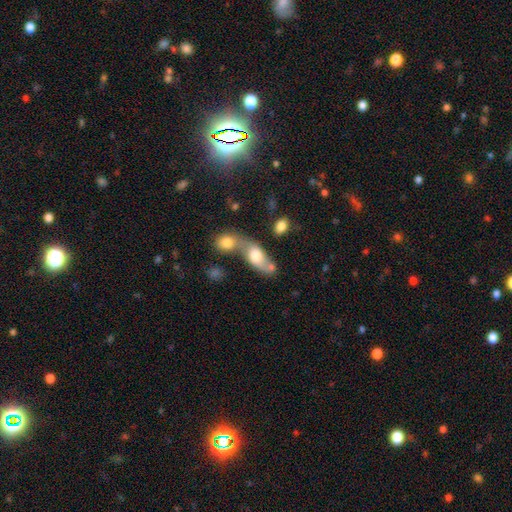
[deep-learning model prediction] Q: Smooth or featured?
A: smooth (60%); runner-up: featured or disk (32%)
Q: How rounded?
A: in between (80%); runner-up: cigar-shaped (11%)
Q: Merging?
A: merger (53%); runner-up: none (29%)